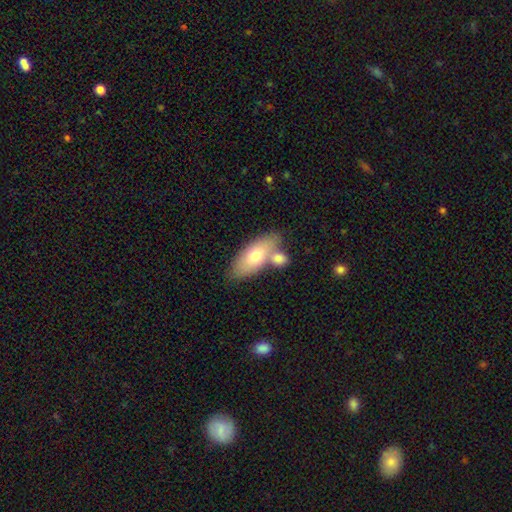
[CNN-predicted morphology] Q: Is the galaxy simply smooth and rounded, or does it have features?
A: smooth — 69%.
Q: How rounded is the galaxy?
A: in between — 82%.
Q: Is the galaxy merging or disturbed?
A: none — 56%.